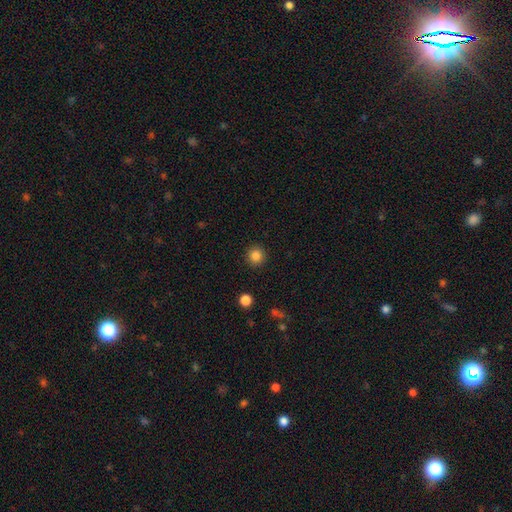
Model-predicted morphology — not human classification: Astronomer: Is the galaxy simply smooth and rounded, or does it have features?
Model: smooth — 85%.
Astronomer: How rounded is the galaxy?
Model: round — 94%.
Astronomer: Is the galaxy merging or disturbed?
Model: none — 92%.